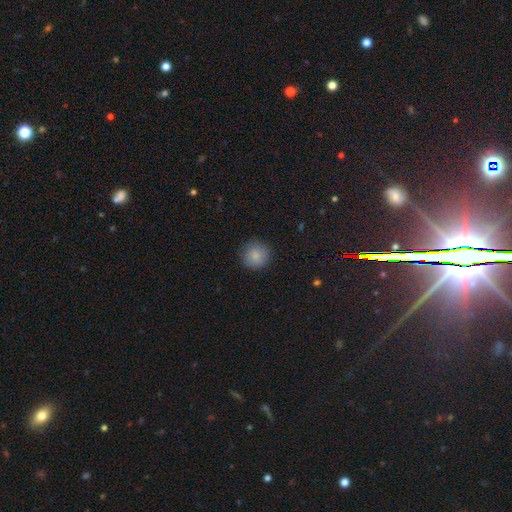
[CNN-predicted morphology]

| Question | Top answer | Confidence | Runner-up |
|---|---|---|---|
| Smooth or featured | smooth | 84% | star or artifact (9%) |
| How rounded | round | 95% | in between (4%) |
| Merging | none | 90% | minor disturbance (7%) |